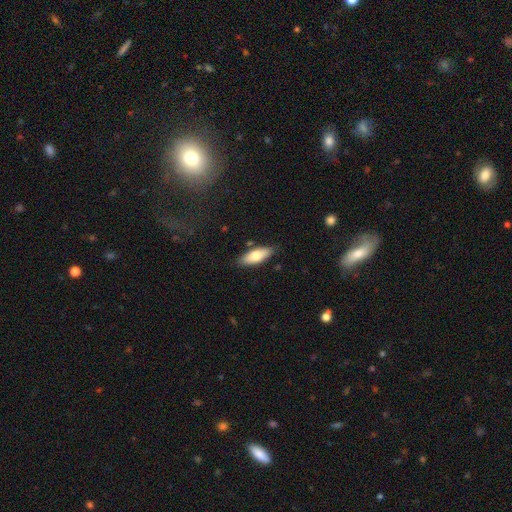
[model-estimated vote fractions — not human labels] A smooth galaxy with no disk features (71%) that is in between round and cigar-shaped (72%). Merging: none (84%).